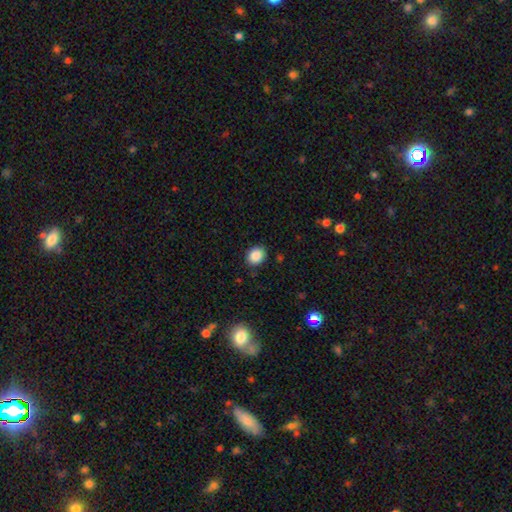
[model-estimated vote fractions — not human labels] A smooth galaxy with no disk features (88%) that is round (55%). Merging: none (86%).